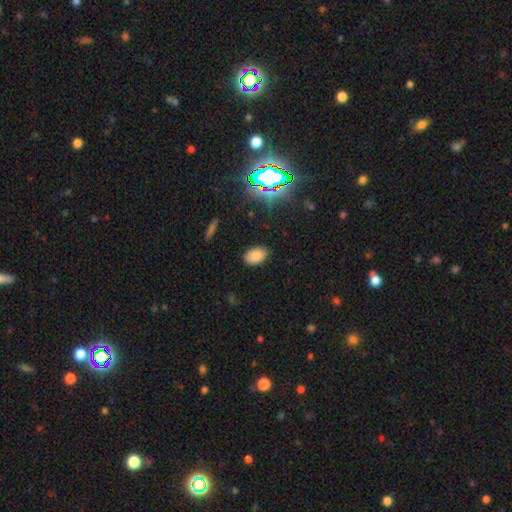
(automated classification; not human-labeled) Morphology: type=smooth (81%); roundness=in between (88%); merging=none (84%).